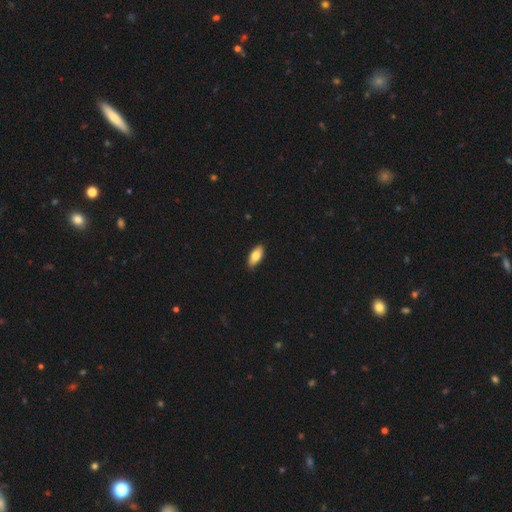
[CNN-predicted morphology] A smooth galaxy with no disk features (77%) that is in between round and cigar-shaped (85%).

Vote fractions:
- Smooth or featured? smooth: 77% / featured or disk: 17% / star or artifact: 6%
- How rounded? in between: 85% / cigar-shaped: 13% / round: 2%
- Merging? none: 90% / minor disturbance: 8% / major disturbance: 1% / merger: 1%